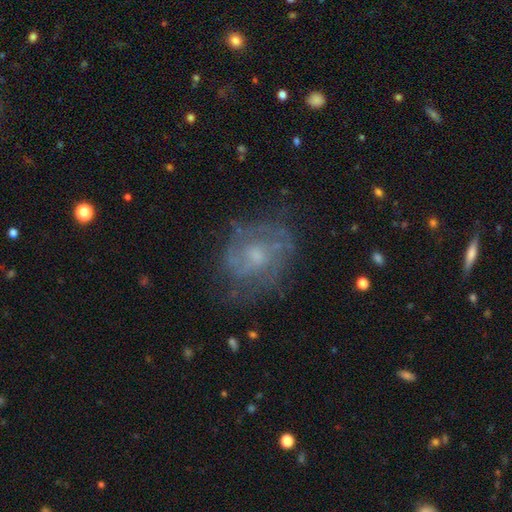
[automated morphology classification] featured or disk 68%, smooth 22%, star or artifact 10%. Down the decision tree: edge-on disk — no (97%); bar — no (67%); spiral arms — yes (78%); spiral arm count — 2 (43%); spiral winding — medium (43%); bulge size — small (44%); merging — none (65%).